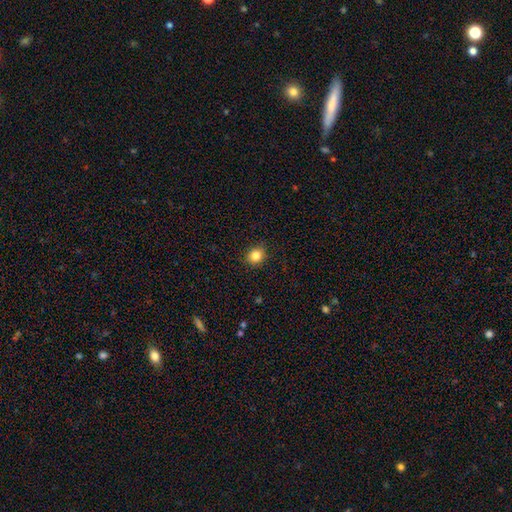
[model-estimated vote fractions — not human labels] smooth_or_featured: smooth (p=0.84) [alt: star or artifact p=0.11]
how_rounded: round (p=0.80) [alt: in between p=0.19]
merging: none (p=0.90) [alt: minor disturbance p=0.07]